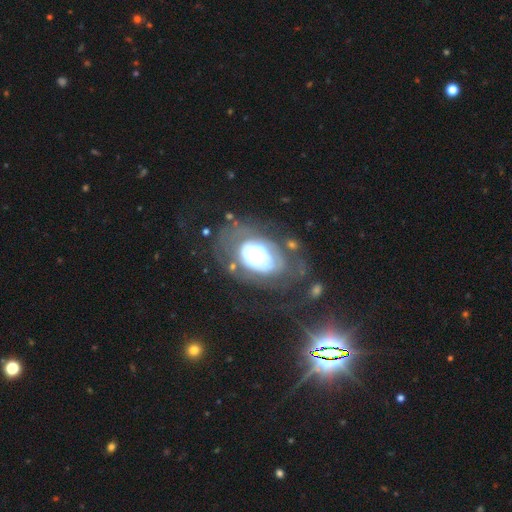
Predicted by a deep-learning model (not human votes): This is likely a featured or disk galaxy (72%). It is clearly not viewed edge-on (96%). Bar: clearly no (83%). Spiral arm pattern: likely yes (66%). Central bulge: marginally moderate (45%). Merging: possibly none (45%).